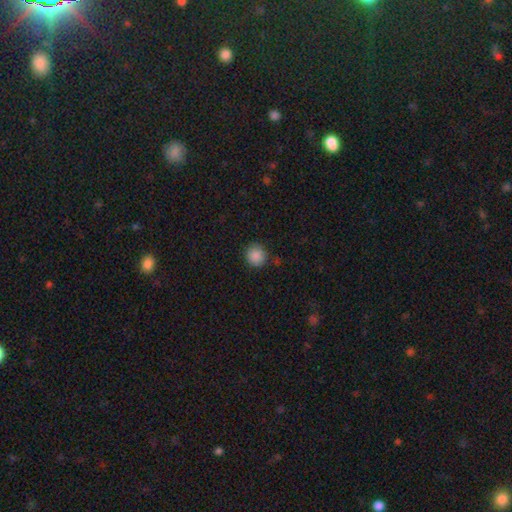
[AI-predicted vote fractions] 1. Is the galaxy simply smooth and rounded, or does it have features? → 88% smooth, 9% star or artifact, 3% featured or disk.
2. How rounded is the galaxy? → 92% round, 7% in between, 1% cigar-shaped.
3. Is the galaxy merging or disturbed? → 88% none, 8% minor disturbance, 2% major disturbance, 2% merger.